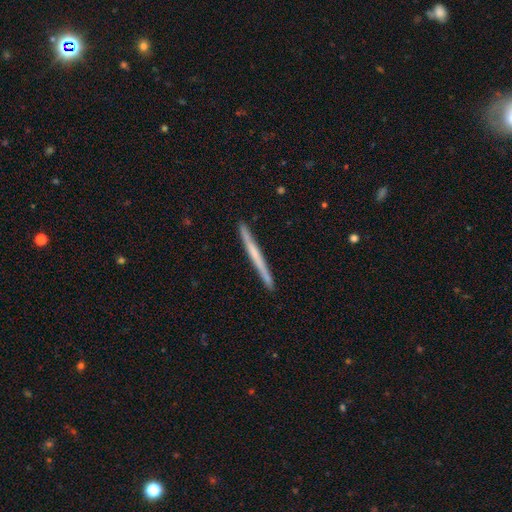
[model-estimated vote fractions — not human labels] Morphology: type=featured or disk (51%); edge-on=yes (97%); merging=none (91%).